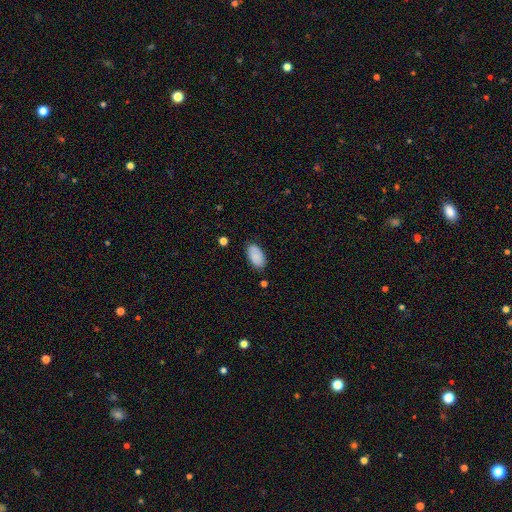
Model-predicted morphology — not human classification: A smooth galaxy with no disk features (88%) that is in between round and cigar-shaped (95%).

Vote fractions:
- Smooth or featured? smooth: 88% / star or artifact: 7% / featured or disk: 6%
- How rounded? in between: 95% / round: 3% / cigar-shaped: 2%
- Merging? none: 84% / minor disturbance: 12% / major disturbance: 3% / merger: 2%